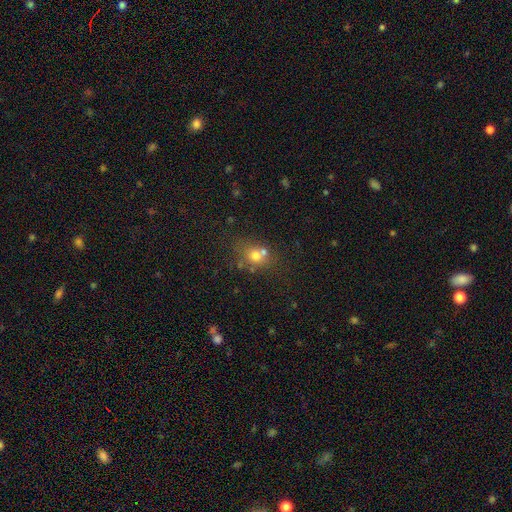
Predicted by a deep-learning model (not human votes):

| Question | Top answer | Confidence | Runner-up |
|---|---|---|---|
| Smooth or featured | smooth | 67% | featured or disk (17%) |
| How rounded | round | 71% | in between (27%) |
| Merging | none | 49% | merger (35%) |